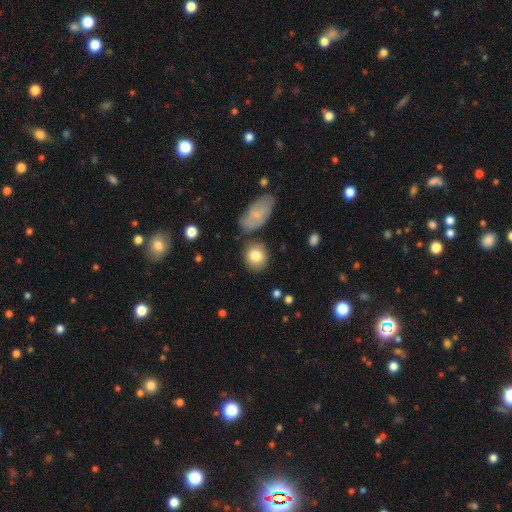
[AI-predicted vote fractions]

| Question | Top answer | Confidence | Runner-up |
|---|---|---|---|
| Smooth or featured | smooth | 82% | featured or disk (10%) |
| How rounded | round | 73% | in between (26%) |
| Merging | none | 75% | minor disturbance (13%) |